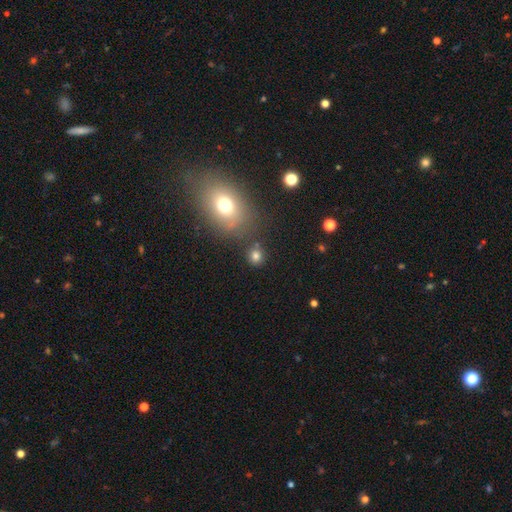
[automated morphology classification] A smooth galaxy with no disk features (77%) that is round (81%).

Vote fractions:
- Smooth or featured? smooth: 77% / star or artifact: 16% / featured or disk: 7%
- How rounded? round: 81% / in between: 18% / cigar-shaped: 1%
- Merging? none: 76% / minor disturbance: 10% / merger: 10% / major disturbance: 4%